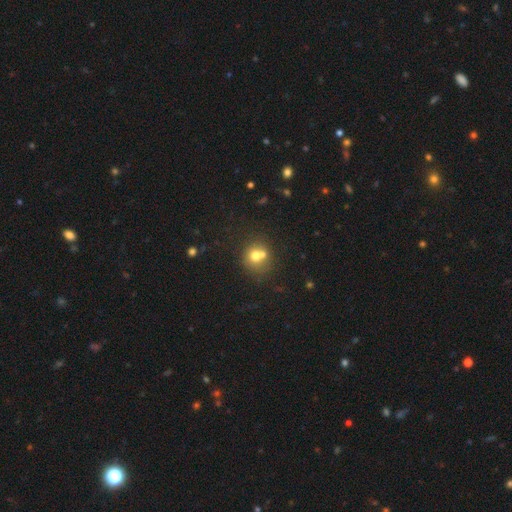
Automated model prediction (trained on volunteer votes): A smooth galaxy with no disk features (67%) that is round (82%).

Vote fractions:
- Smooth or featured? smooth: 67% / featured or disk: 19% / star or artifact: 14%
- How rounded? round: 82% / in between: 17% / cigar-shaped: 1%
- Merging? merger: 46% / none: 42% / minor disturbance: 8% / major disturbance: 4%